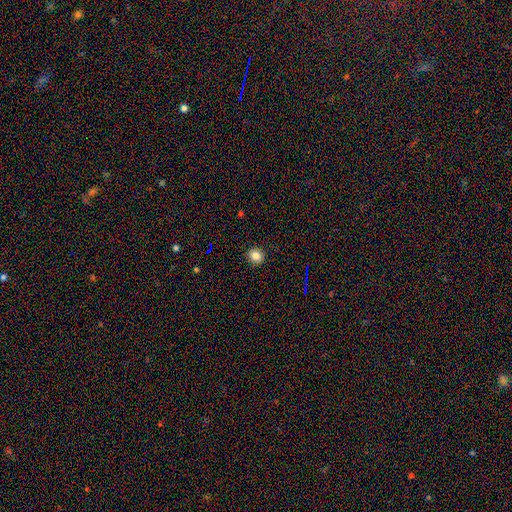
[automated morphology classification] type=smooth (82%); roundness=round (86%); merging=none (91%).